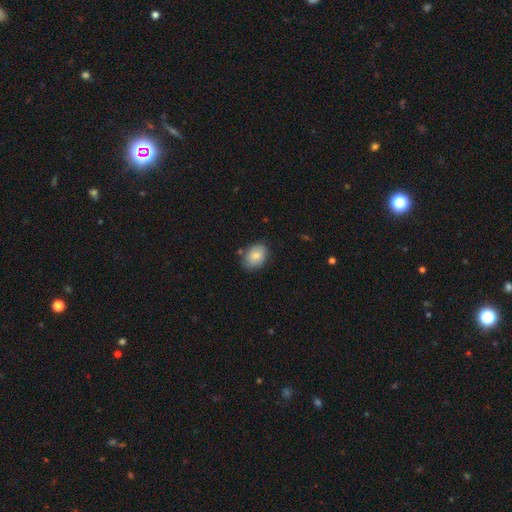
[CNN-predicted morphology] Smooth or featured? smooth (72%)
How rounded? in between (71%)
Merging? none (71%)